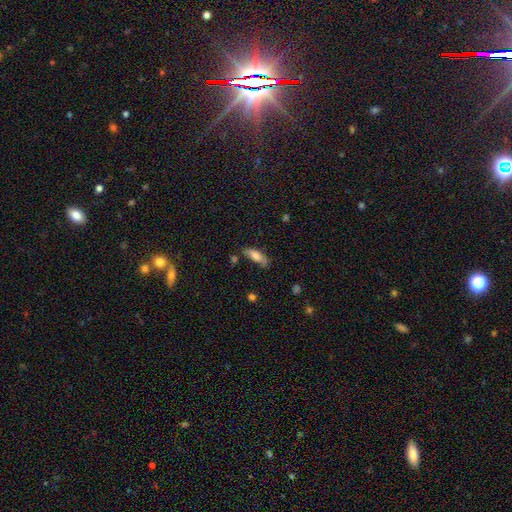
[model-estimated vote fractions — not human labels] Q: Smooth or featured?
A: smooth (73%); runner-up: featured or disk (20%)
Q: How rounded?
A: in between (60%); runner-up: cigar-shaped (38%)
Q: Merging?
A: none (61%); runner-up: minor disturbance (26%)